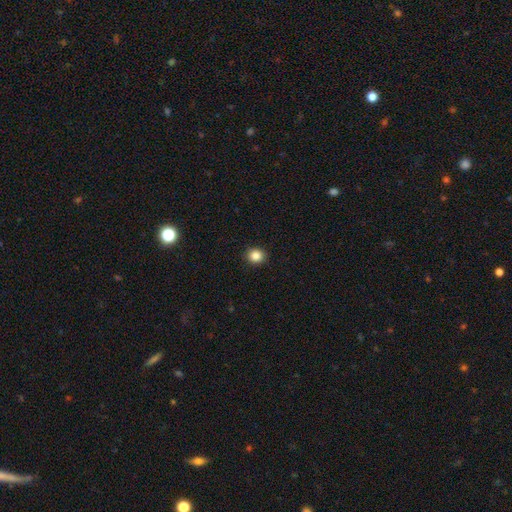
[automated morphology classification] type=smooth (86%); roundness=round (77%); merging=none (92%).